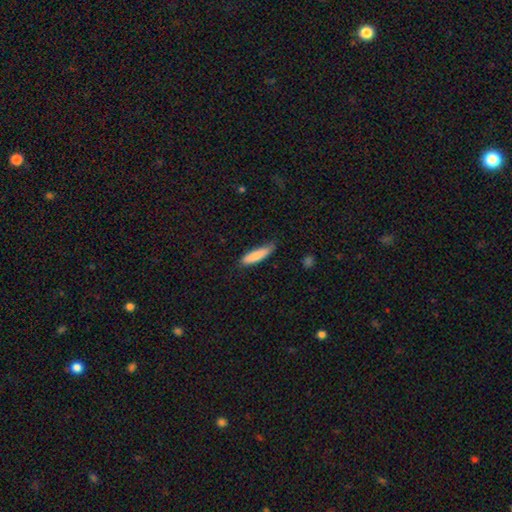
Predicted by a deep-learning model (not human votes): A smooth galaxy with no disk features (82%) that is cigar-shaped (73%). Merging: none (71%).